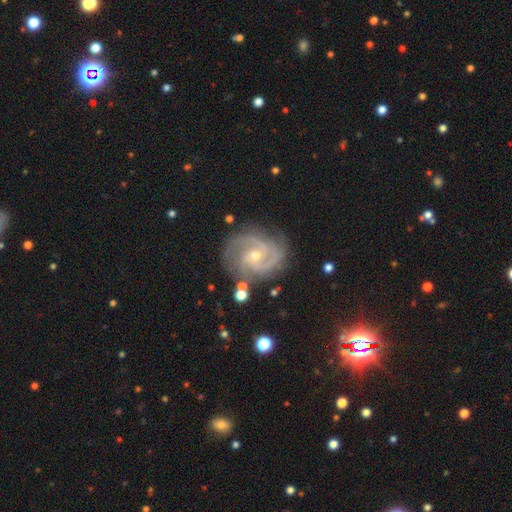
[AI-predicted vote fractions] Q: Smooth or featured?
A: featured or disk (91%); runner-up: star or artifact (6%)
Q: Edge-on disk?
A: no (98%); runner-up: yes (2%)
Q: Bar?
A: no (55%); runner-up: weak (35%)
Q: Spiral arms?
A: yes (98%); runner-up: no (2%)
Q: Spiral winding?
A: tight (49%); runner-up: medium (44%)
Q: Spiral arm count?
A: 2 (48%); runner-up: 3 (30%)
Q: Bulge size?
A: small (65%); runner-up: moderate (33%)
Q: Merging?
A: none (76%); runner-up: minor disturbance (16%)